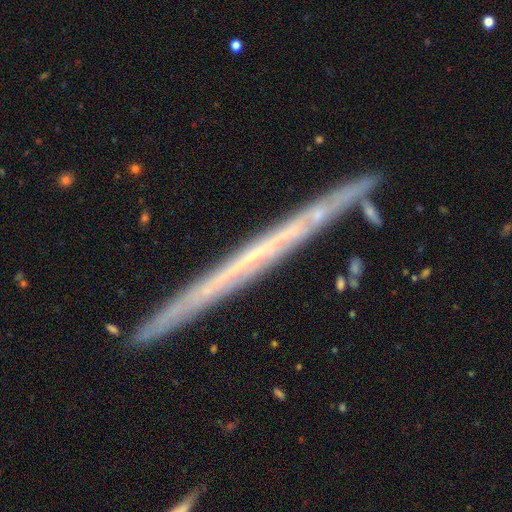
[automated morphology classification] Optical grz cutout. It shows a featured or disk galaxy (69%) viewed edge-on (95%) with no central bulge (91%). Merging: none (89%).